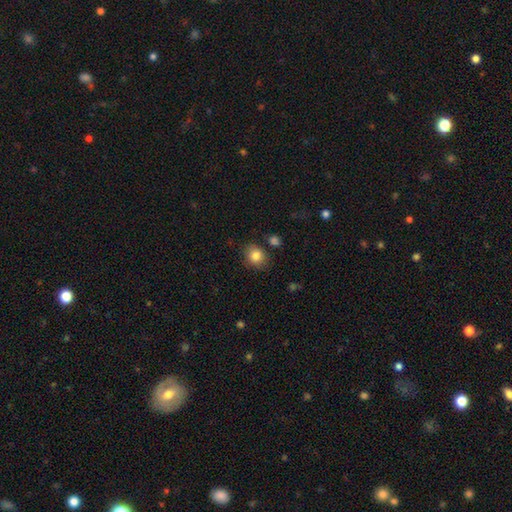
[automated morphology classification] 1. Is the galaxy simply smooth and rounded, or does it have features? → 84% smooth, 9% star or artifact, 7% featured or disk.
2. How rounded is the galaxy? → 61% round, 38% in between, 1% cigar-shaped.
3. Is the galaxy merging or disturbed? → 80% none, 13% minor disturbance, 4% merger, 3% major disturbance.